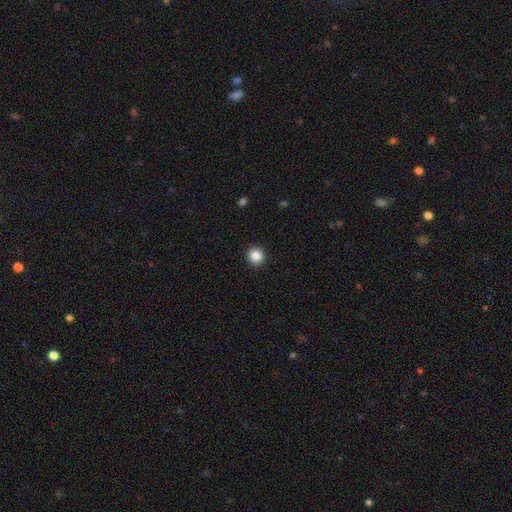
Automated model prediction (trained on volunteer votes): Smooth or featured? Predicted: smooth (p=0.85). How rounded? Predicted: round (p=0.94). Merging? Predicted: none (p=0.93).